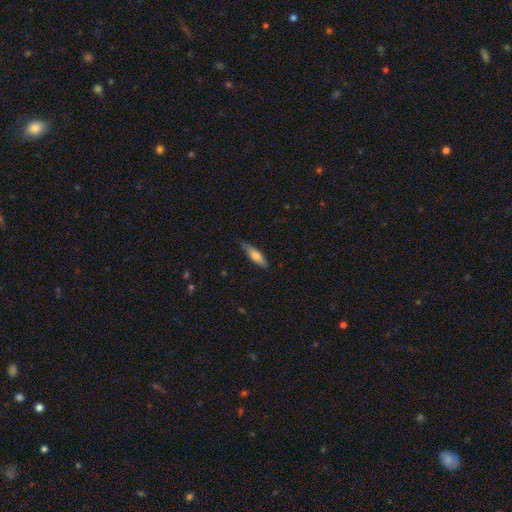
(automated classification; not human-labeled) Morphology: type=smooth (66%); roundness=cigar-shaped (65%); merging=none (77%).